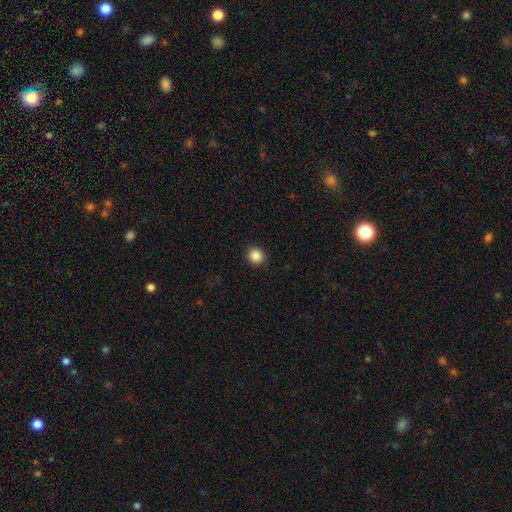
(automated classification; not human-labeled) smooth-or-featured: smooth: 87% | star or artifact: 10% | featured or disk: 3%
  how-rounded: round: 90% | in between: 9% | cigar-shaped: 1%
  merging: none: 92% | minor disturbance: 5% | major disturbance: 2% | merger: 1%